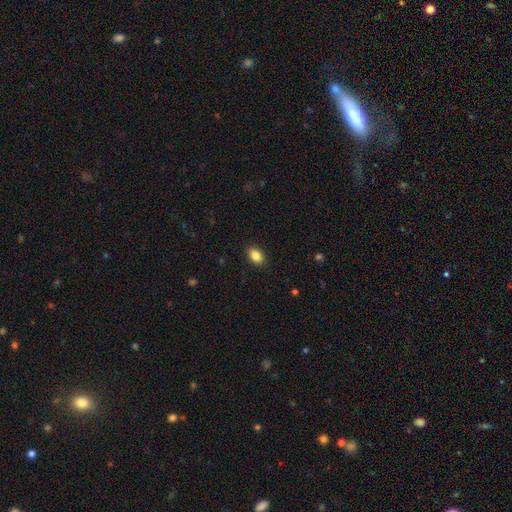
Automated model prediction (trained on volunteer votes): Smooth or featured?
  - smooth: 86% *
  - star or artifact: 8%
  - featured or disk: 5%
How rounded?
  - in between: 86% *
  - round: 13%
  - cigar-shaped: 2%
Merging?
  - none: 89% *
  - minor disturbance: 8%
  - major disturbance: 2%
  - merger: 1%